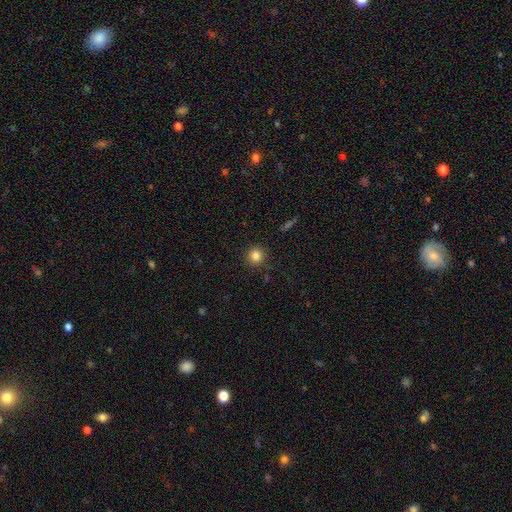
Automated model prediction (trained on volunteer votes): Smooth or featured? Predicted: smooth (p=0.83). How rounded? Predicted: round (p=0.92). Merging? Predicted: none (p=0.90).